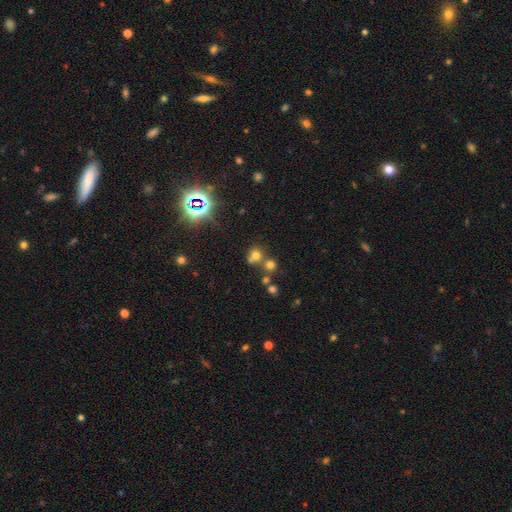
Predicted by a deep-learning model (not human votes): This is likely a smooth galaxy (63%). How rounded: clearly round (85%). Merging: possibly none (54%).